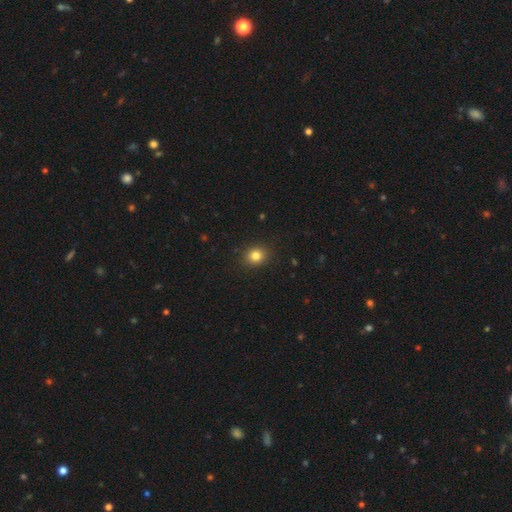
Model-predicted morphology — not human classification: type=smooth (82%); roundness=round (73%); merging=none (90%).